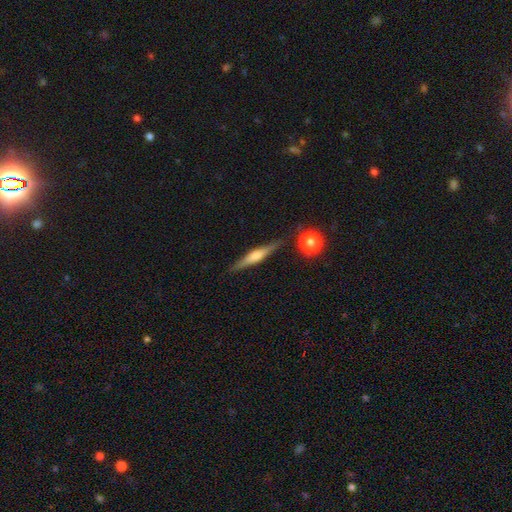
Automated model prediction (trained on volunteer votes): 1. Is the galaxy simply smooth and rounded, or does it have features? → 61% featured or disk, 33% smooth, 7% star or artifact.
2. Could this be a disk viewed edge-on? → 97% yes, 3% no.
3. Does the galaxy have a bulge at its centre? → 74% rounded, 18% boxy, 8% none.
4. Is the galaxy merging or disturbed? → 86% none, 9% minor disturbance, 3% merger, 2% major disturbance.